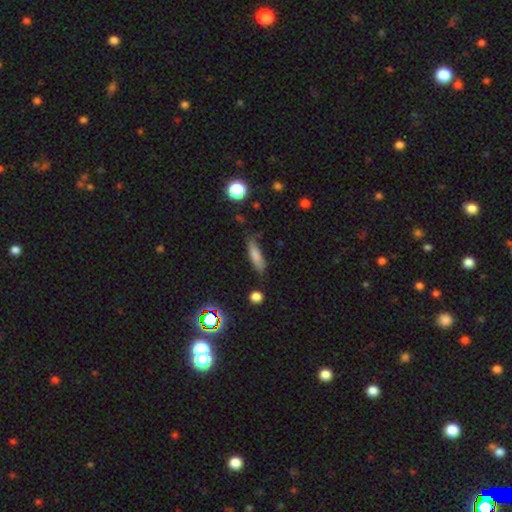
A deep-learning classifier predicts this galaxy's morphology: This is likely a smooth galaxy (76%). How rounded: likely cigar-shaped (63%). Merging: likely none (72%).